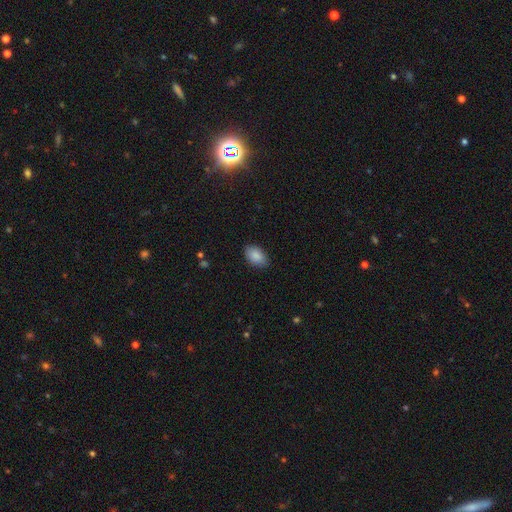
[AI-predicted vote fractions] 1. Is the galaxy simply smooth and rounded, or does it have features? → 88% smooth, 7% star or artifact, 5% featured or disk.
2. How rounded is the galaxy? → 91% in between, 8% round, 1% cigar-shaped.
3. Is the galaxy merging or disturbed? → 84% none, 12% minor disturbance, 2% major disturbance, 1% merger.